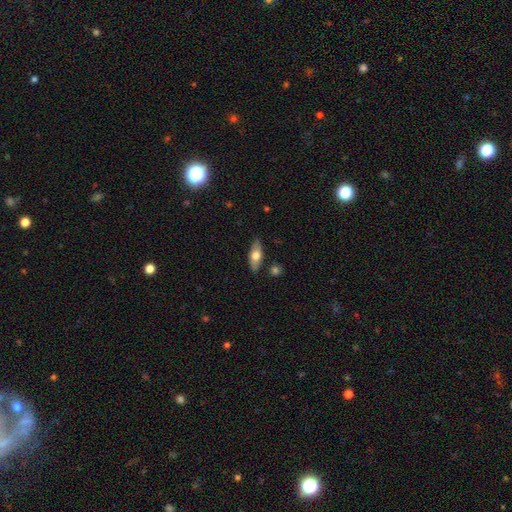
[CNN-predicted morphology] Overall: smooth (62%; featured or disk 32%). How rounded: in between (75%). Merging: none (84%).